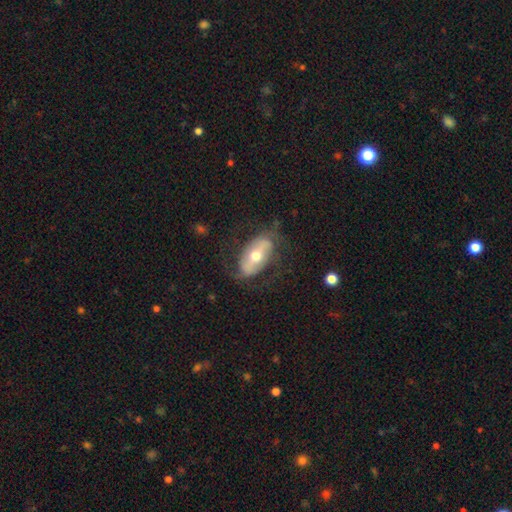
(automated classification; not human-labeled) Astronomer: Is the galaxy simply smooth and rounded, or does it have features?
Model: featured or disk — 59% (runner-up: smooth, 35%).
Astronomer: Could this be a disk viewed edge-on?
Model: no — 87%.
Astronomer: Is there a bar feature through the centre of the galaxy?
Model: strong — 36% (runner-up: no, 35%).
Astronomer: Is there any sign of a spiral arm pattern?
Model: yes — 53% (runner-up: no, 47%).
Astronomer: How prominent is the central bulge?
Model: moderate — 71%.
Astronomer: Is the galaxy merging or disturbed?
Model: none — 66%.